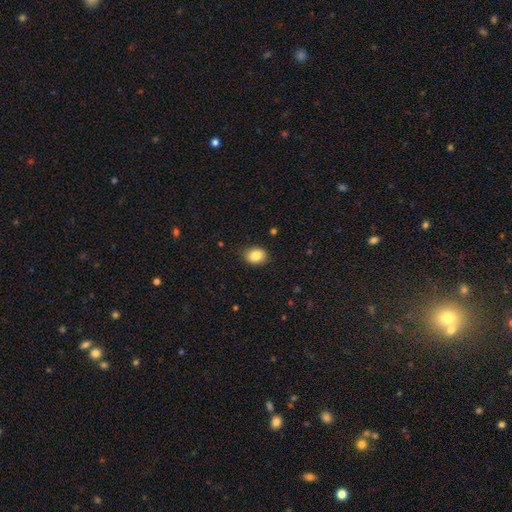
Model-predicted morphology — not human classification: A smooth galaxy with no disk features (85%) that is in between round and cigar-shaped (59%). Merging: none (85%).